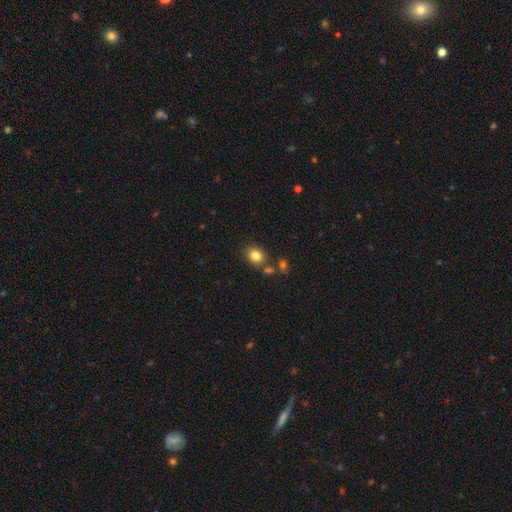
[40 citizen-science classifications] smooth_or_featured: smooth (p=0.88) [alt: star or artifact p=0.07]
how_rounded: round (p=0.57) [alt: in between p=0.40]
merging: none (p=0.65) [alt: merger p=0.16]